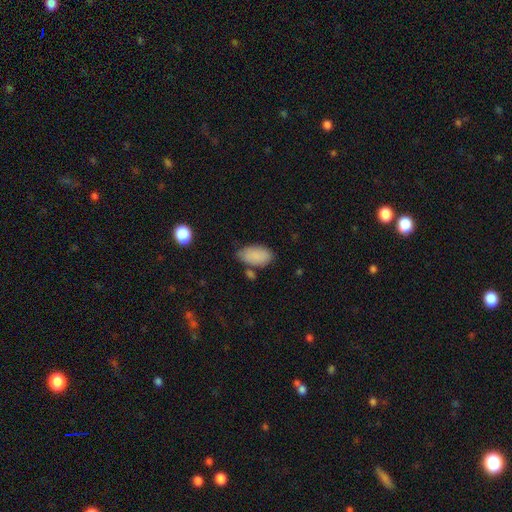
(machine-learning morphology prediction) Smooth or featured? Predicted: smooth (p=0.87). How rounded? Predicted: in between (p=0.94). Merging? Predicted: none (p=0.67).